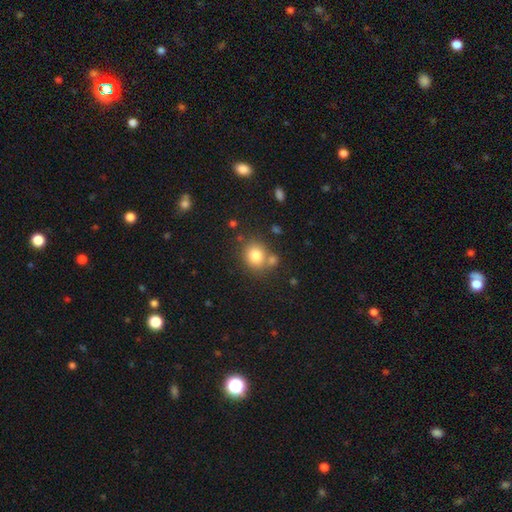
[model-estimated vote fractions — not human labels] Smooth or featured? Predicted: smooth (p=0.80). How rounded? Predicted: round (p=0.74). Merging? Predicted: none (p=0.64).